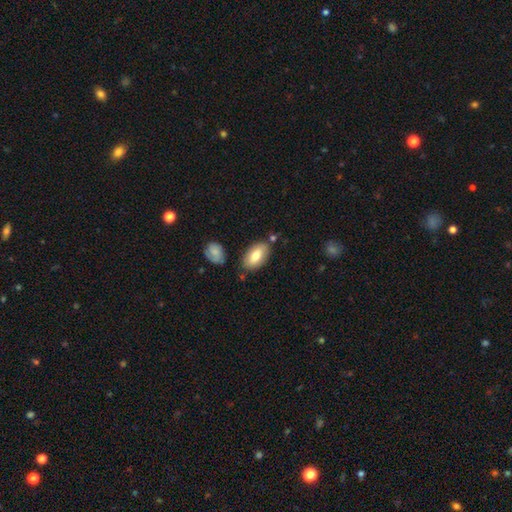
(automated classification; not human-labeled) The model was most divided on "smooth or featured": smooth: 77%, featured or disk: 17%, star or artifact: 6%. More confident: how rounded — in between (93%); merging — none (78%).